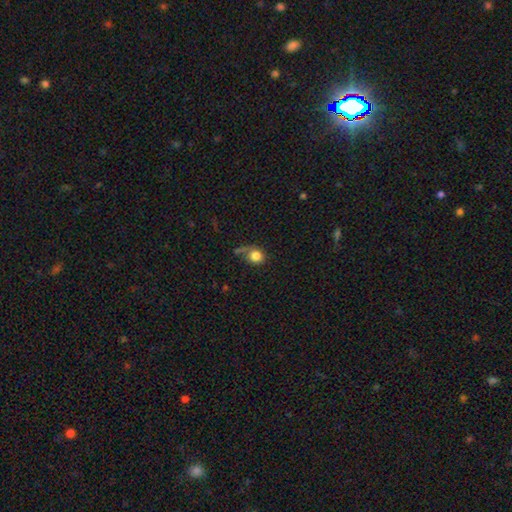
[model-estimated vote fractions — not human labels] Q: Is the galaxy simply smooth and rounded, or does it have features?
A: smooth — 81%.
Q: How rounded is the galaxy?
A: round — 77%.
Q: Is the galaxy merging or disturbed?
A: none — 50%.